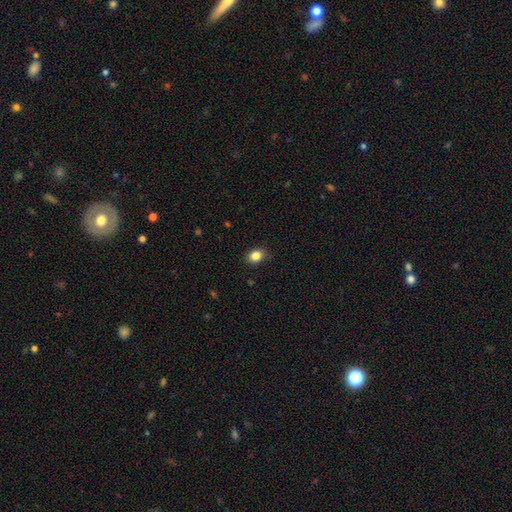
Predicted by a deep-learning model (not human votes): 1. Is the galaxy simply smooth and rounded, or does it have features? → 85% smooth, 10% star or artifact, 5% featured or disk.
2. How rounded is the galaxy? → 59% in between, 40% round, 1% cigar-shaped.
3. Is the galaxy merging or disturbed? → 86% none, 11% minor disturbance, 2% major disturbance, 1% merger.